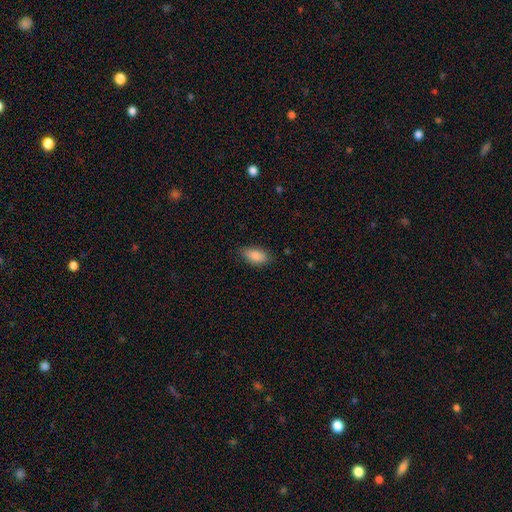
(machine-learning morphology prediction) smooth_or_featured: smooth (p=0.88) [alt: star or artifact p=0.07]
how_rounded: in between (p=0.89) [alt: cigar-shaped p=0.08]
merging: none (p=0.84) [alt: minor disturbance p=0.12]